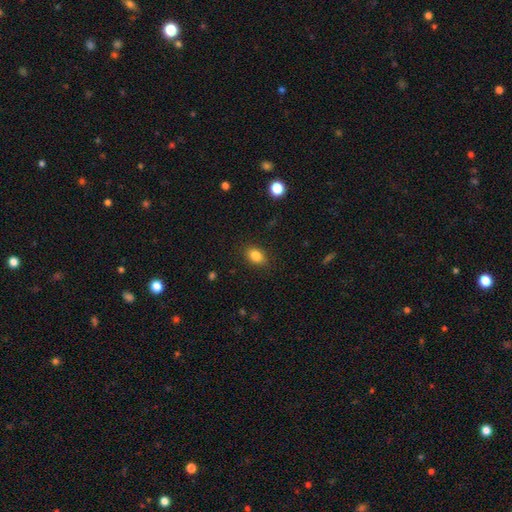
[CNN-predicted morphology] This appears to be a smooth galaxy with no disk features (84%) that is in between round and cigar-shaped (81%). Merging: none (86%).